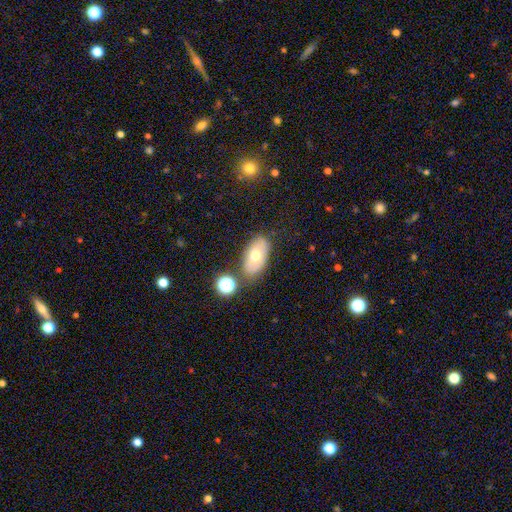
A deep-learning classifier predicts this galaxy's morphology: smooth-or-featured: smooth: 61% | featured or disk: 29% | star or artifact: 9%
  how-rounded: in between: 91% | round: 7% | cigar-shaped: 2%
  merging: none: 73% | minor disturbance: 15% | merger: 8% | major disturbance: 5%